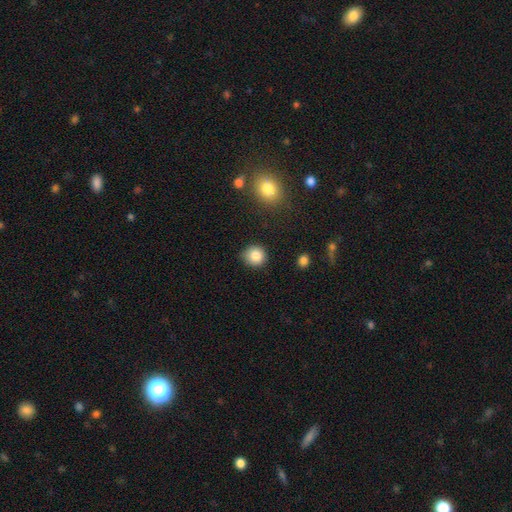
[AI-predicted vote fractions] smooth 85%, star or artifact 10%, featured or disk 5%. Down the decision tree: how rounded — round (88%); merging — none (84%).